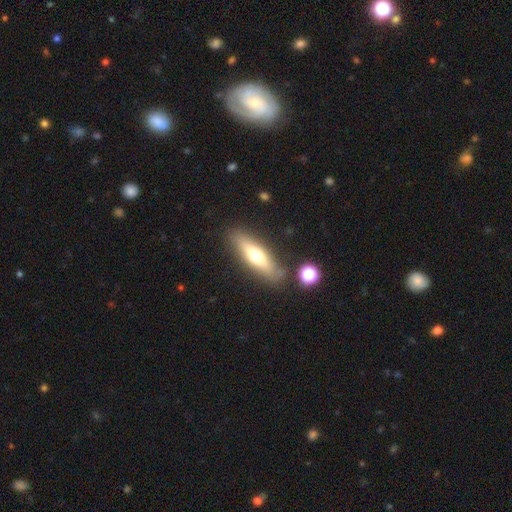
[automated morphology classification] smooth-or-featured: smooth: 55% | featured or disk: 38% | star or artifact: 7%
  how-rounded: cigar-shaped: 62% | in between: 36% | round: 3%
  merging: none: 80% | minor disturbance: 12% | merger: 4% | major disturbance: 4%